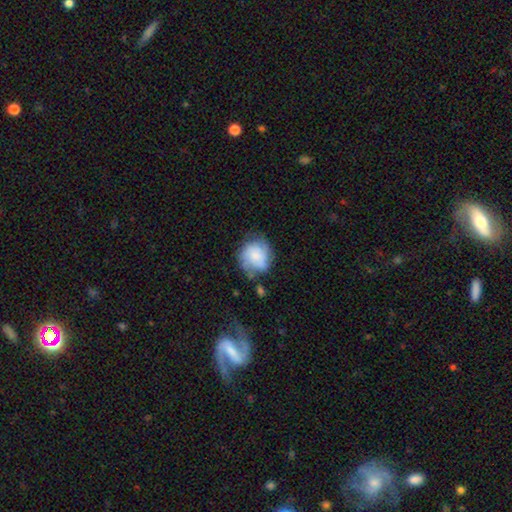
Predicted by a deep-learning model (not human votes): Smooth or featured? Predicted: smooth (p=0.67). How rounded? Predicted: round (p=0.78). Merging? Predicted: none (p=0.53).